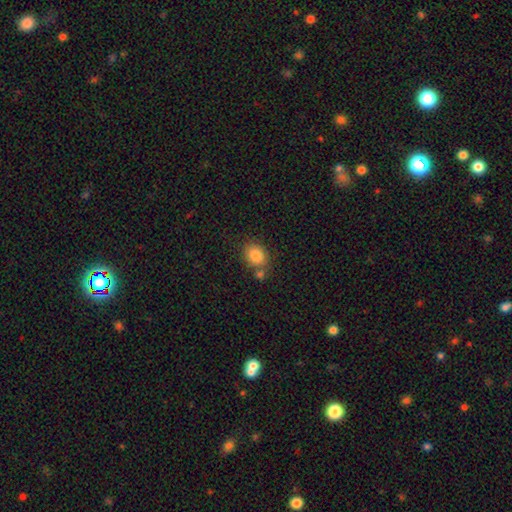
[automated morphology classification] A smooth galaxy with no disk features (84%) that is round (53%).

Vote fractions:
- Smooth or featured? smooth: 84% / star or artifact: 9% / featured or disk: 7%
- How rounded? round: 53% / in between: 46% / cigar-shaped: 1%
- Merging? none: 66% / merger: 18% / minor disturbance: 13% / major disturbance: 3%